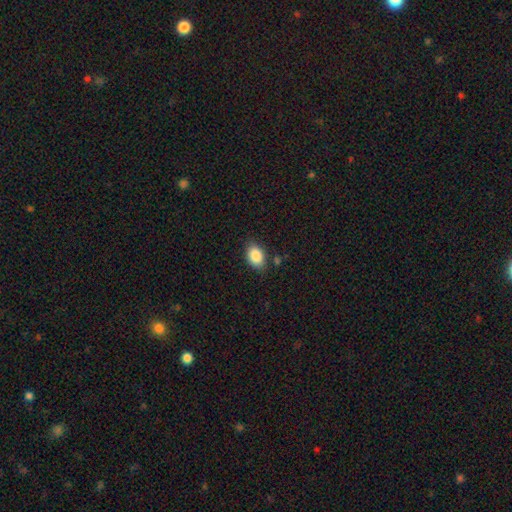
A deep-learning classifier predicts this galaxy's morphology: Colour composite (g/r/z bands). It shows a smooth galaxy with no disk features (87%) that is in between round and cigar-shaped (84%). Merging: none (80%).